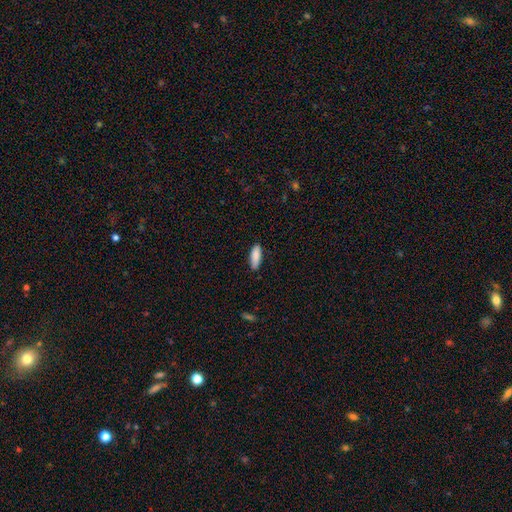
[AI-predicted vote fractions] A smooth galaxy with no disk features (88%) that is in between round and cigar-shaped (64%). Merging: none (84%).